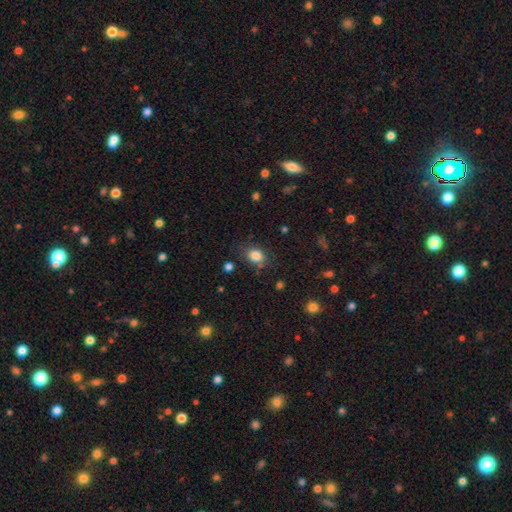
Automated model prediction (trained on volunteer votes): smooth_or_featured: smooth (p=0.83) [alt: star or artifact p=0.11]
how_rounded: in between (p=0.61) [alt: round p=0.38]
merging: none (p=0.75) [alt: minor disturbance p=0.16]